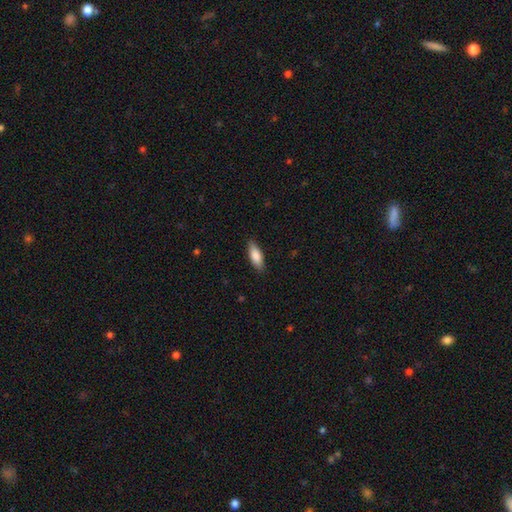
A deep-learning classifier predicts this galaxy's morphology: type=smooth (83%); roundness=in between (70%); merging=none (87%).